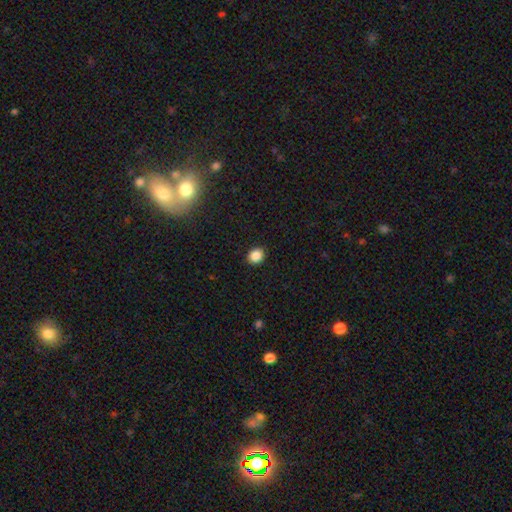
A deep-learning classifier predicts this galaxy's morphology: Smooth or featured? smooth (87%)
How rounded? round (62%)
Merging? none (91%)